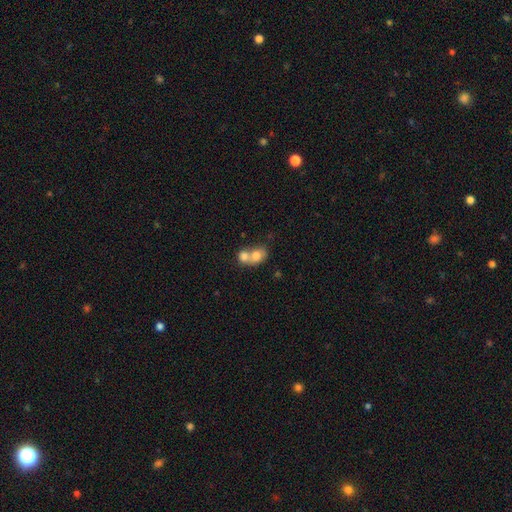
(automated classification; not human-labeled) smooth_or_featured: smooth (p=0.73) [alt: featured or disk p=0.18]
how_rounded: round (p=0.54) [alt: in between p=0.45]
merging: merger (p=0.73) [alt: none p=0.19]